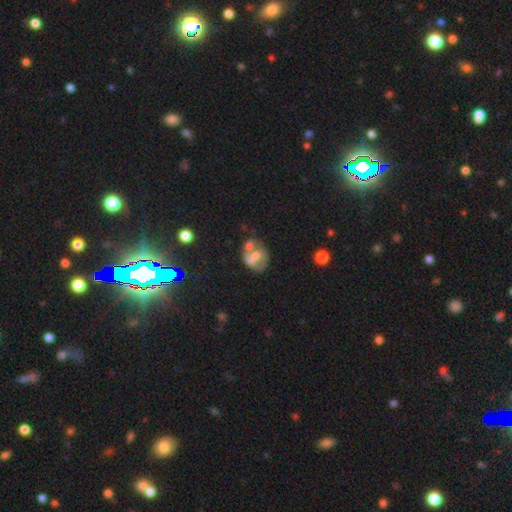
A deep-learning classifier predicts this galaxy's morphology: This appears to be a featured or disk galaxy (51%). Merging: merger (42%).